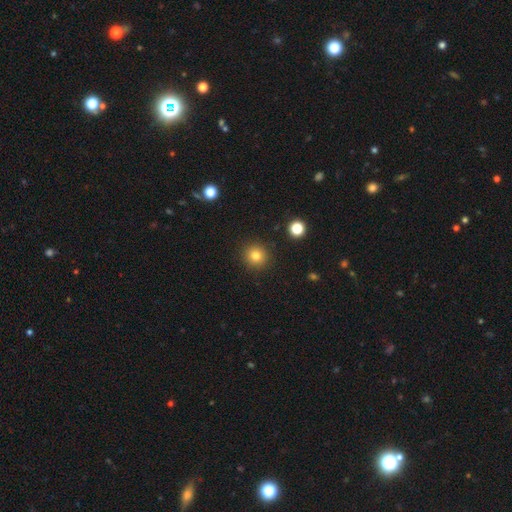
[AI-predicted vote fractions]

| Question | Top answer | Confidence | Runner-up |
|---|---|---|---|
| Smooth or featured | smooth | 81% | star or artifact (13%) |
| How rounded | round | 94% | in between (5%) |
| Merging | none | 91% | minor disturbance (6%) |